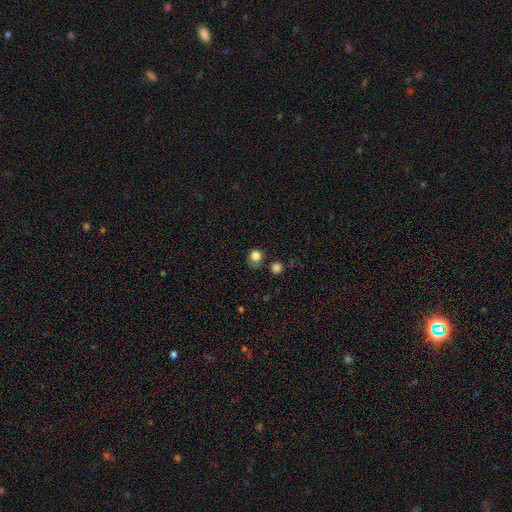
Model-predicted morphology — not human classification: The model was most divided on "merging": none: 58%, minor disturbance: 25%, major disturbance: 9%, merger: 8%. More confident: smooth or featured — smooth (82%); how rounded — round (77%).